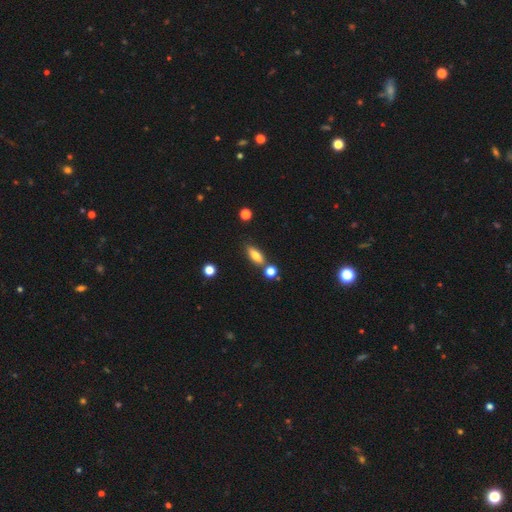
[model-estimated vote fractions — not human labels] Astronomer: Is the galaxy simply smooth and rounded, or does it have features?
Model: smooth — 72%.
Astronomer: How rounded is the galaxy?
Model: in between — 67%.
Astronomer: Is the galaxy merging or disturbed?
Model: none — 73%.